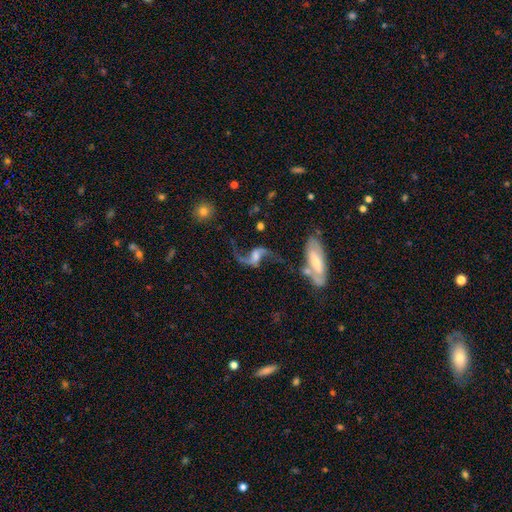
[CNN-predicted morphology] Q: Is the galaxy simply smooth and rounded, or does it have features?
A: featured or disk — 88%.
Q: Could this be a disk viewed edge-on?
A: no — 95%.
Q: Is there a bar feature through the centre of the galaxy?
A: weak — 44%.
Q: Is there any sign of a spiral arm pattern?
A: yes — 95%.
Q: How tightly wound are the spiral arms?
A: loose — 89%.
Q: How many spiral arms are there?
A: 2 — 93%.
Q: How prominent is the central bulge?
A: moderate — 32%.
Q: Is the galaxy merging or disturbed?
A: none — 57%.